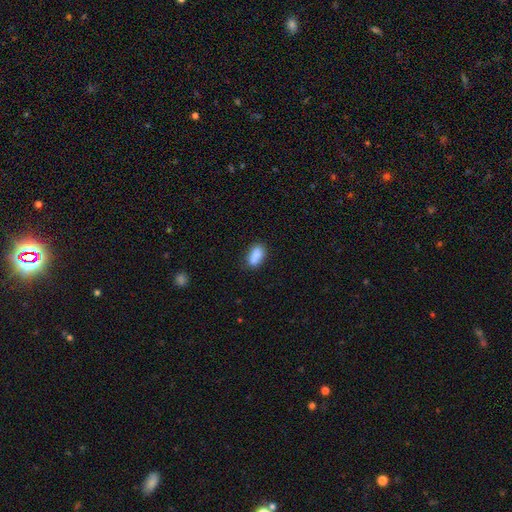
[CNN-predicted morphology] This appears to be a smooth galaxy with no disk features (87%) that is in between round and cigar-shaped (87%). Merging: none (75%).